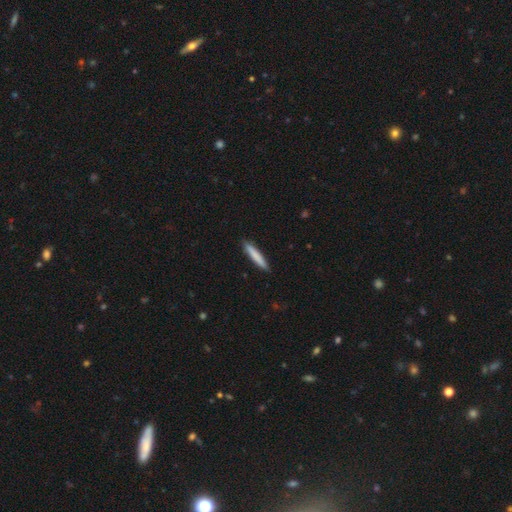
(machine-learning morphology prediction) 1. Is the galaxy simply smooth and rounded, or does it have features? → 80% smooth, 14% featured or disk, 5% star or artifact.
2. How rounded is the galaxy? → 93% cigar-shaped, 6% in between, 1% round.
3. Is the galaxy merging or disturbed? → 90% none, 8% minor disturbance, 1% major disturbance, 1% merger.